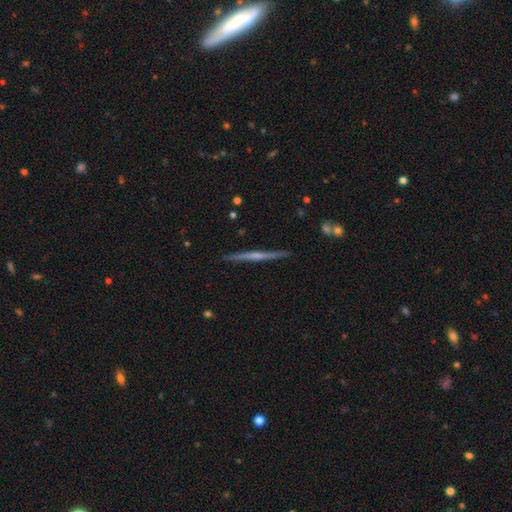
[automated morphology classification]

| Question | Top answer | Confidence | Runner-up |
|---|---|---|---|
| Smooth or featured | featured or disk | 67% | smooth (27%) |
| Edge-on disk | yes | 98% | no (2%) |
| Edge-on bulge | none | 53% | rounded (37%) |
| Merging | none | 90% | minor disturbance (7%) |